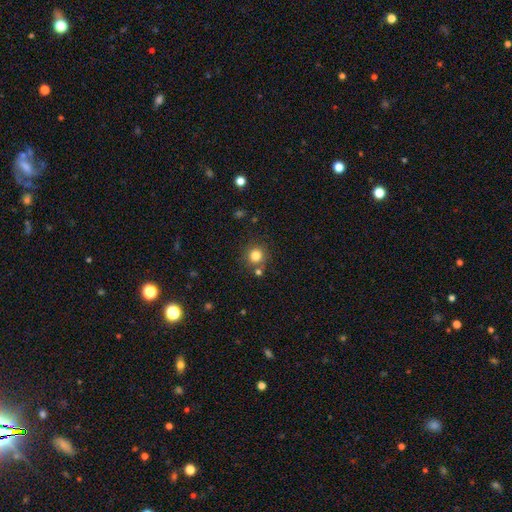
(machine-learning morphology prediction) smooth_or_featured: smooth (p=0.81) [alt: star or artifact p=0.13]
how_rounded: round (p=0.92) [alt: in between p=0.07]
merging: none (p=0.79) [alt: minor disturbance p=0.09]